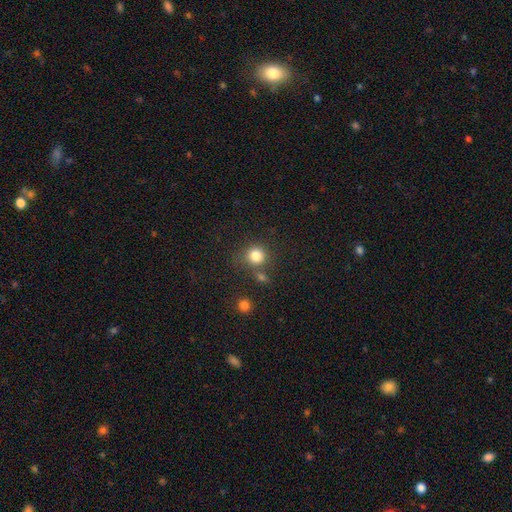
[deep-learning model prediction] A smooth galaxy with no disk features (82%) that is round (89%). Merging: none (69%).